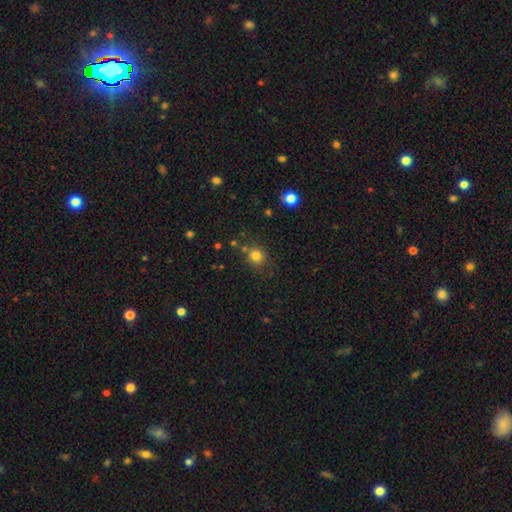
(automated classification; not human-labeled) The model was most divided on "merging": none: 76%, minor disturbance: 12%, merger: 8%, major disturbance: 4%. More confident: how rounded — round (84%); smooth or featured — smooth (80%).